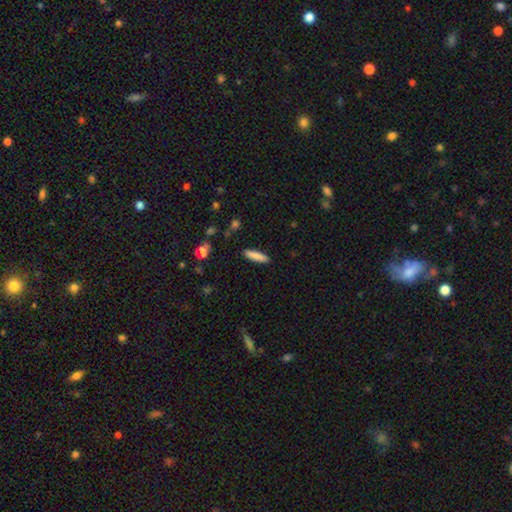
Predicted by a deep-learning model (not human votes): A smooth galaxy with no disk features (85%) that is cigar-shaped (77%).

Vote fractions:
- Smooth or featured? smooth: 85% / featured or disk: 8% / star or artifact: 7%
- How rounded? cigar-shaped: 77% / in between: 22% / round: 2%
- Merging? none: 89% / minor disturbance: 7% / major disturbance: 2% / merger: 1%